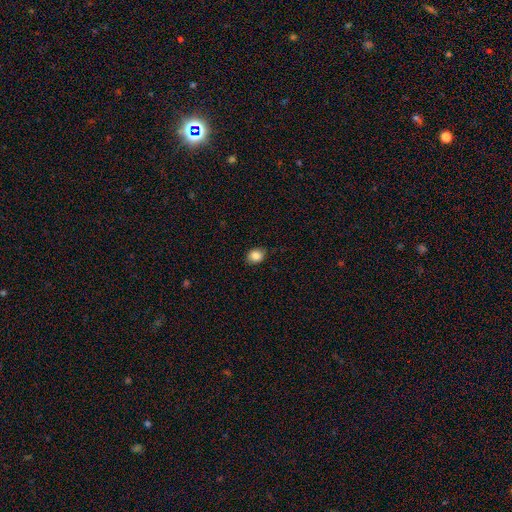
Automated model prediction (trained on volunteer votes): The model was most divided on "how rounded": round: 56%, in between: 44%, cigar-shaped: 1%. More confident: smooth or featured — smooth (85%); merging — none (84%).